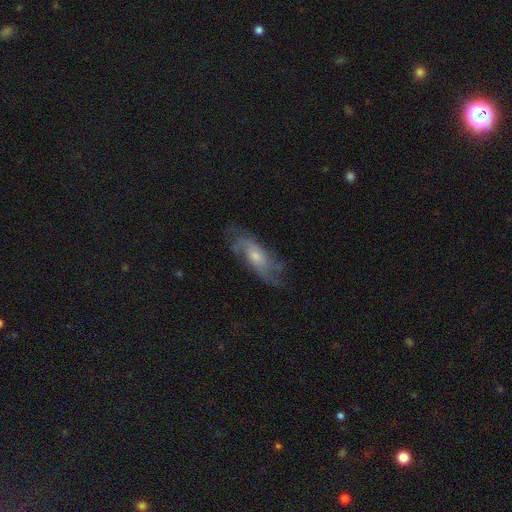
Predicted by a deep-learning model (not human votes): Smooth or featured? Predicted: featured or disk (p=0.67). Edge-on disk? Predicted: no (p=0.84). Bar? Predicted: no (p=0.71). Spiral arms? Predicted: yes (p=0.86). Bulge size? Predicted: moderate (p=0.47). Merging? Predicted: none (p=0.67).